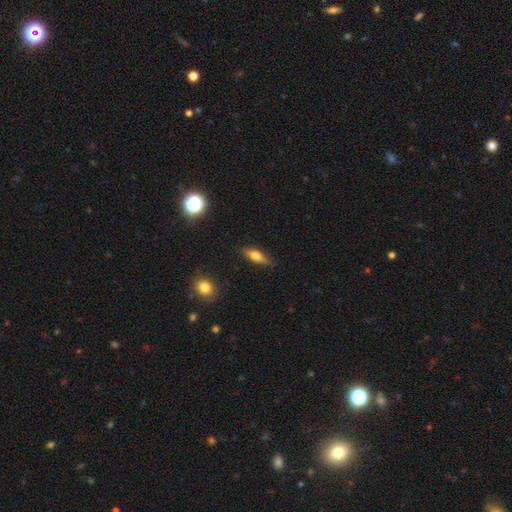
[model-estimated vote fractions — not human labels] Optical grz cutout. It shows a smooth galaxy with no disk features (60%) that is cigar-shaped (49%). Merging: none (85%).